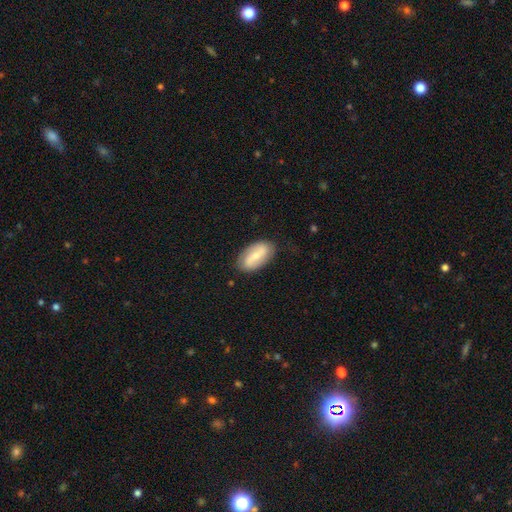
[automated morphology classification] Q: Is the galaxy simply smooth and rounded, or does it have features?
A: featured or disk — 55%.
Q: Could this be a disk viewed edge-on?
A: no — 93%.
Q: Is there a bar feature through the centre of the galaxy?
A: weak — 40%.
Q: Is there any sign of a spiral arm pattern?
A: yes — 76%.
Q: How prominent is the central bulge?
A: small — 56%.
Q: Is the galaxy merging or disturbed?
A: none — 83%.